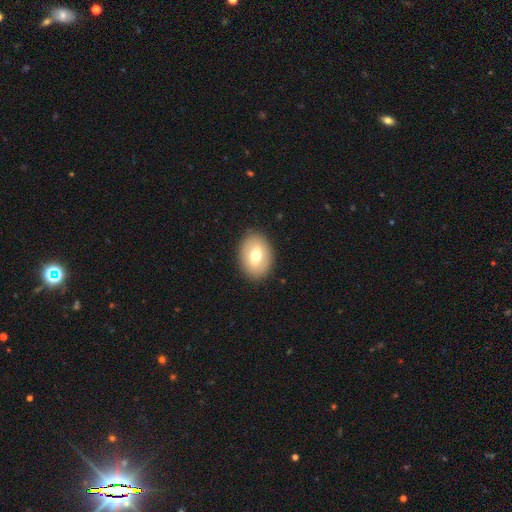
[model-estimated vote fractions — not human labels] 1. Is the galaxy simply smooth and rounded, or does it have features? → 66% smooth, 26% featured or disk, 7% star or artifact.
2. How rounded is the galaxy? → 74% in between, 25% round, 1% cigar-shaped.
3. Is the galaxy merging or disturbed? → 88% none, 8% minor disturbance, 3% major disturbance, 1% merger.